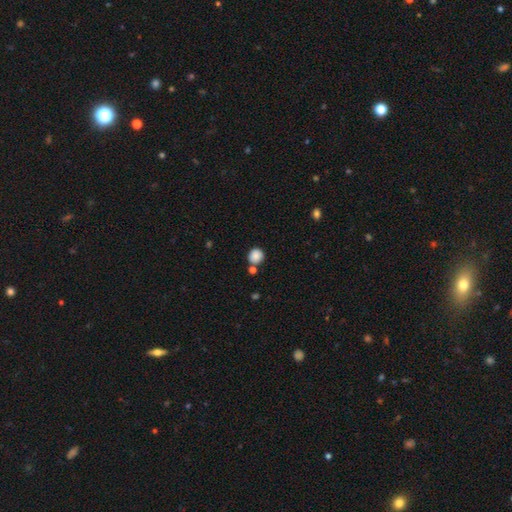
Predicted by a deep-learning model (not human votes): This appears to be a smooth galaxy with no disk features (86%) that is round (89%). Merging: none (73%).